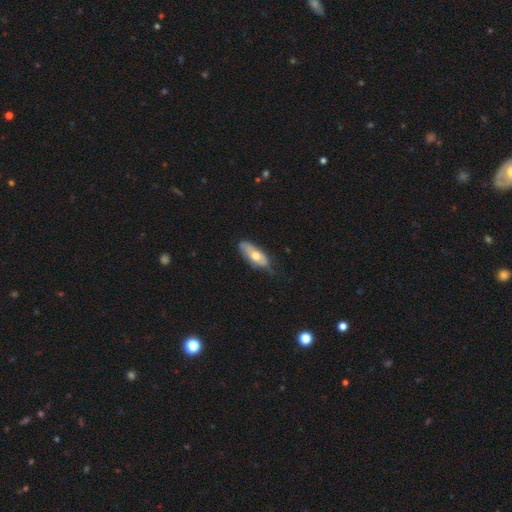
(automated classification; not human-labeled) This appears to be a smooth galaxy with no disk features (57%) that is in between round and cigar-shaped (78%). Merging: none (55%).